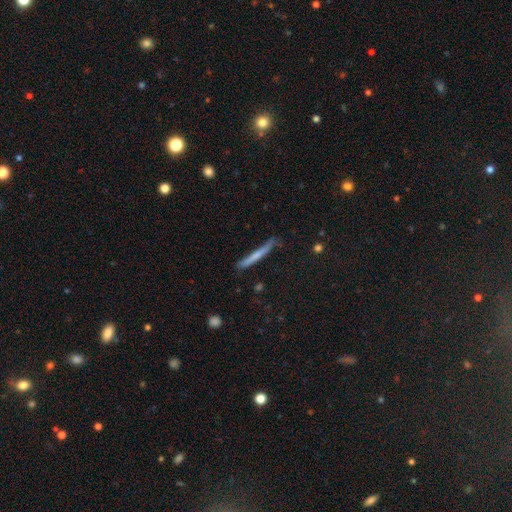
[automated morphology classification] Smooth or featured? Predicted: smooth (p=0.59). How rounded? Predicted: cigar-shaped (p=0.96). Merging? Predicted: none (p=0.76).